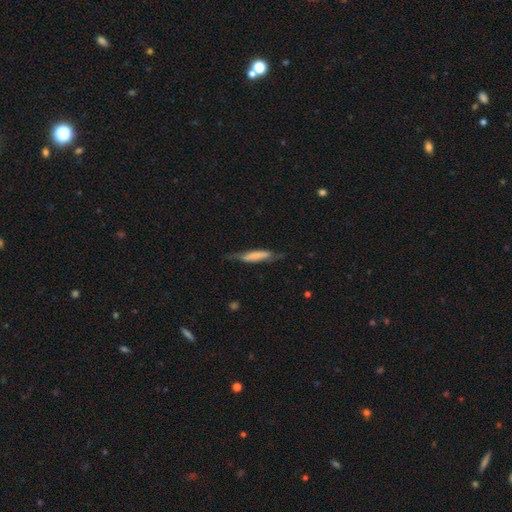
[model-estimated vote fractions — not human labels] Smooth or featured?
  - smooth: 58% *
  - featured or disk: 36%
  - star or artifact: 6%
How rounded?
  - cigar-shaped: 84% *
  - in between: 14%
  - round: 2%
Merging?
  - none: 63% *
  - minor disturbance: 25%
  - major disturbance: 9%
  - merger: 2%